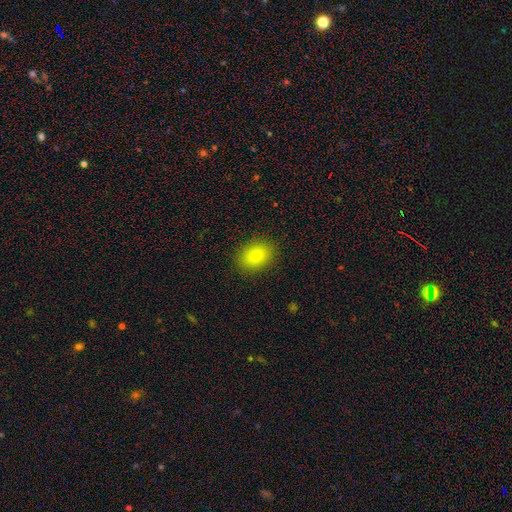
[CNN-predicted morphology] A smooth galaxy with no disk features (84%) that is in between round and cigar-shaped (68%).

Vote fractions:
- Smooth or featured? smooth: 84% / star or artifact: 10% / featured or disk: 6%
- How rounded? in between: 68% / round: 31% / cigar-shaped: 1%
- Merging? none: 88% / minor disturbance: 9% / major disturbance: 3% / merger: 1%